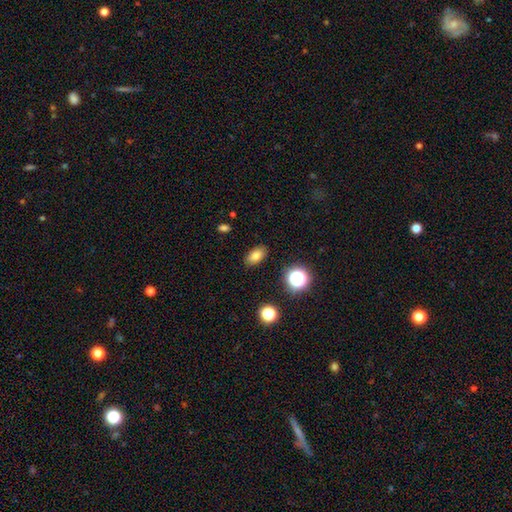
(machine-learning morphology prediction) Smooth or featured? Predicted: smooth (p=0.78). How rounded? Predicted: in between (p=0.87). Merging? Predicted: none (p=0.88).